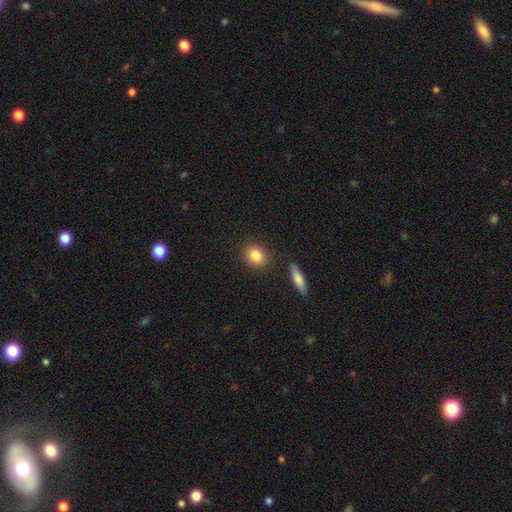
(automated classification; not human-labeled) Smooth or featured? smooth (84%)
How rounded? round (56%)
Merging? none (85%)